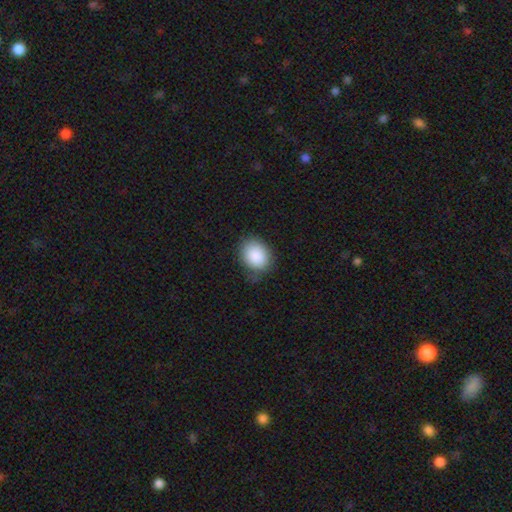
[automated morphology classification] This appears to be a smooth galaxy with no disk features (89%) that is in between round and cigar-shaped (51%). Merging: none (77%).